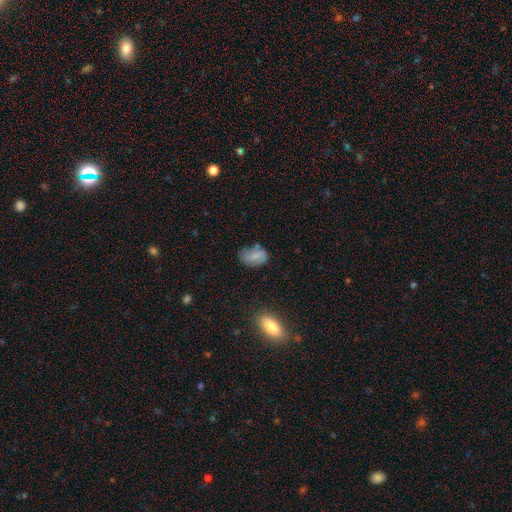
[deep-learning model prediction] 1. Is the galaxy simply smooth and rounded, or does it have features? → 66% smooth, 25% featured or disk, 9% star or artifact.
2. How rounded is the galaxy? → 82% in between, 16% round, 2% cigar-shaped.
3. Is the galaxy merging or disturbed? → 52% none, 33% minor disturbance, 12% major disturbance, 4% merger.